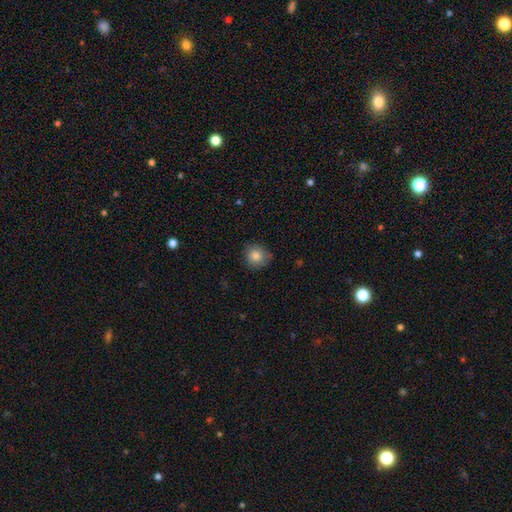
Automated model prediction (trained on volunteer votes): The model was most divided on "merging": none: 80%, minor disturbance: 16%, major disturbance: 3%, merger: 1%. More confident: how rounded — round (89%); smooth or featured — smooth (85%).